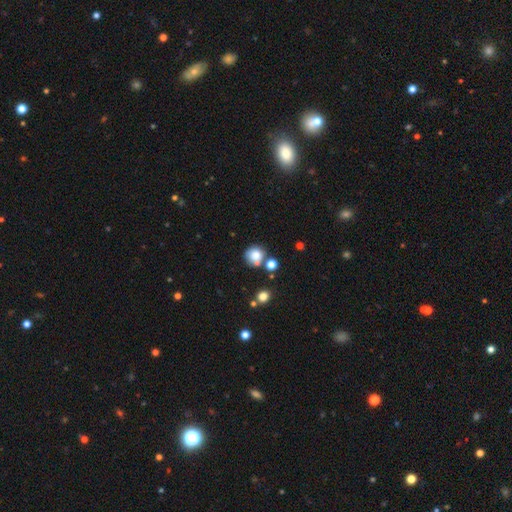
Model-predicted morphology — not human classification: Smooth or featured? smooth (78%)
How rounded? round (90%)
Merging? none (62%)